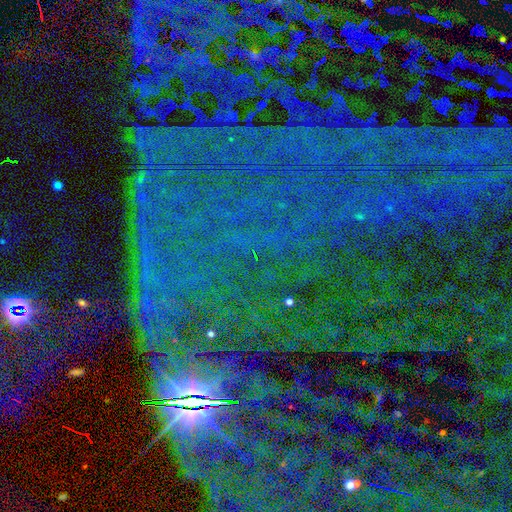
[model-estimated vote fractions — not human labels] Smooth or featured?
  - star or artifact: 87% *
  - featured or disk: 7%
  - smooth: 6%